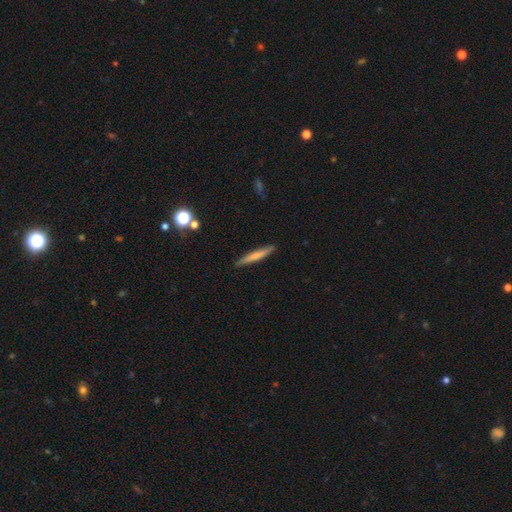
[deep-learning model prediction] Q: Smooth or featured?
A: smooth (66%); runner-up: featured or disk (28%)
Q: How rounded?
A: cigar-shaped (95%); runner-up: in between (4%)
Q: Merging?
A: none (90%); runner-up: minor disturbance (7%)